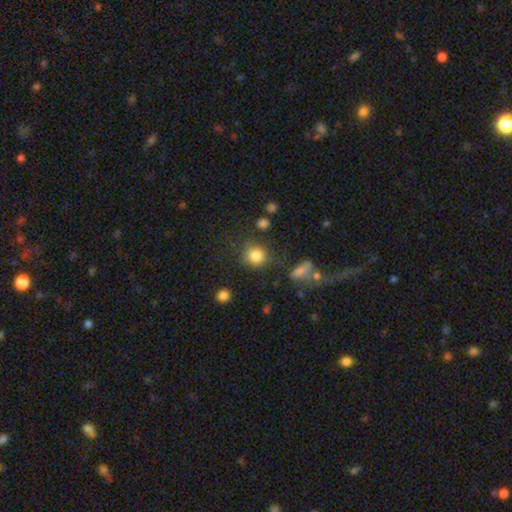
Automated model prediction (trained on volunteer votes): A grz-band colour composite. It shows a smooth galaxy with no disk features (82%) that is round (88%). Merging: none (76%).